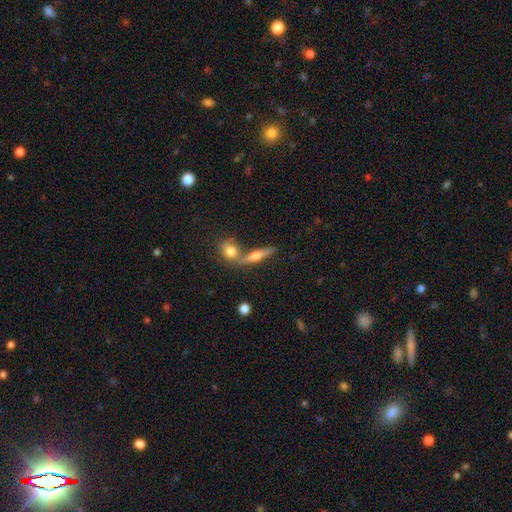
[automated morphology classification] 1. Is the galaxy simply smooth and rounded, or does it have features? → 52% featured or disk, 40% smooth, 9% star or artifact.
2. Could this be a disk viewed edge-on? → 91% yes, 9% no.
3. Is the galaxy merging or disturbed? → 59% none, 28% merger, 9% minor disturbance, 4% major disturbance.